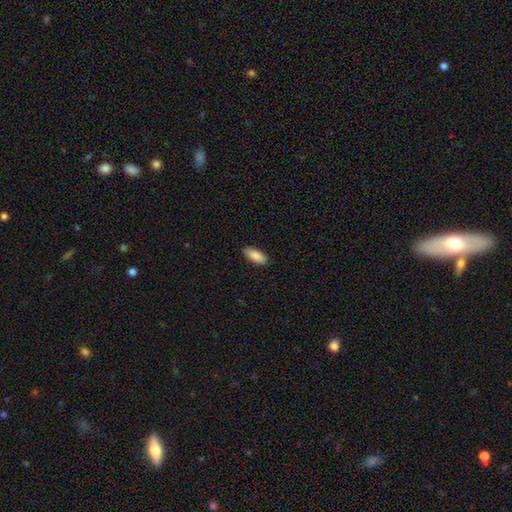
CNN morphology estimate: A smooth galaxy with no disk features (88%) that is in between round and cigar-shaped (83%).

Vote fractions:
- Smooth or featured? smooth: 88% / featured or disk: 6% / star or artifact: 6%
- How rounded? in between: 83% / cigar-shaped: 16% / round: 2%
- Merging? none: 89% / minor disturbance: 8% / major disturbance: 2% / merger: 1%